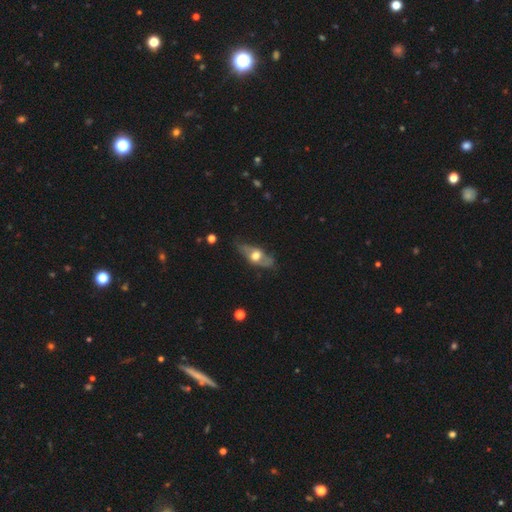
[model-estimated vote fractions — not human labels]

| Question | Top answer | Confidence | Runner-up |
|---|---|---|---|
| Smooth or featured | featured or disk | 57% | smooth (37%) |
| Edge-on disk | no | 53% | yes (47%) |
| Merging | none | 61% | minor disturbance (26%) |